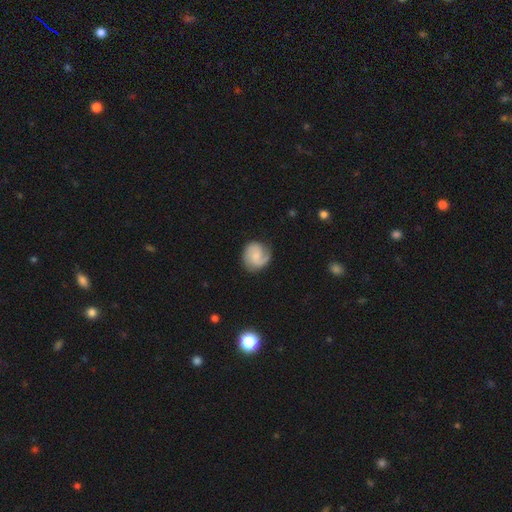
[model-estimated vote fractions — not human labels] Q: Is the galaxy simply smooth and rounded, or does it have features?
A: featured or disk — 69%.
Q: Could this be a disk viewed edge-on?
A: no — 98%.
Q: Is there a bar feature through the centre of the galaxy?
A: no — 56%.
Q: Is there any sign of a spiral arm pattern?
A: yes — 95%.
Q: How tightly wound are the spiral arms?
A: medium — 46%.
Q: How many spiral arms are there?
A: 2 — 77%.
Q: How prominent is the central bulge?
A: small — 44%.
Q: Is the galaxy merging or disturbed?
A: none — 77%.